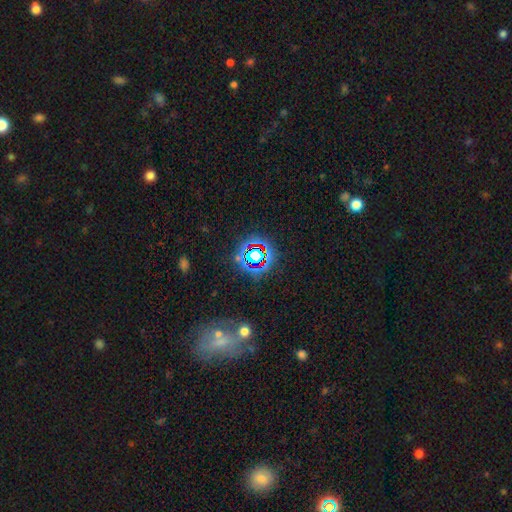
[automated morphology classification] Overall: star or artifact (72%).